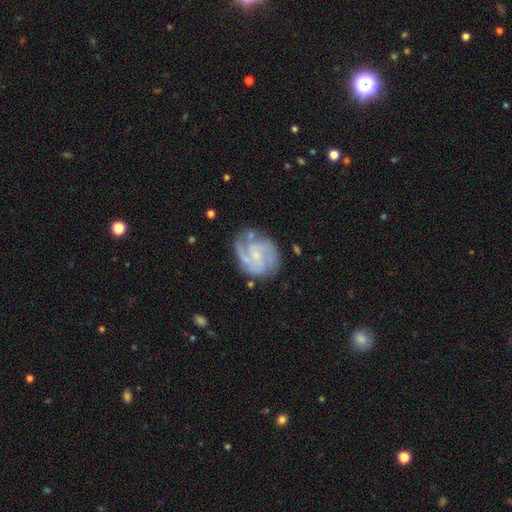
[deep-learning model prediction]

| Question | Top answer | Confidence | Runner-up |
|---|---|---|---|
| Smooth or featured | featured or disk | 83% | smooth (12%) |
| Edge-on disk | no | 98% | yes (2%) |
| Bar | no | 55% | weak (38%) |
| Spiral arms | yes | 95% | no (5%) |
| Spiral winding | medium | 45% | tight (41%) |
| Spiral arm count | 2 | 47% | 3 (22%) |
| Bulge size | small | 72% | moderate (16%) |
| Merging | none | 67% | minor disturbance (20%) |